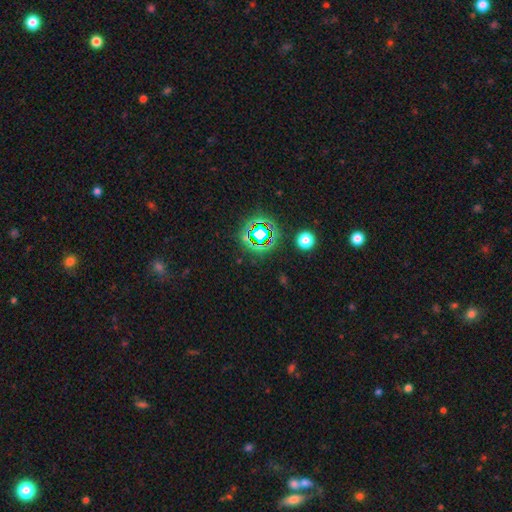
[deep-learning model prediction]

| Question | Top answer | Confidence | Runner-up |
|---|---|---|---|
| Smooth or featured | star or artifact | 69% | smooth (20%) |